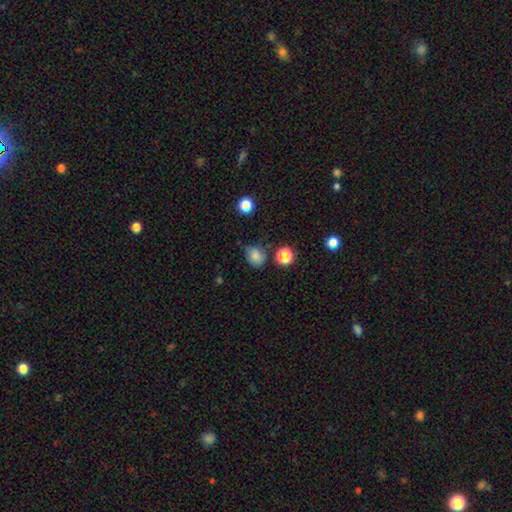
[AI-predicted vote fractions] Morphology: type=smooth (81%); roundness=in between (50%); merging=none (64%).